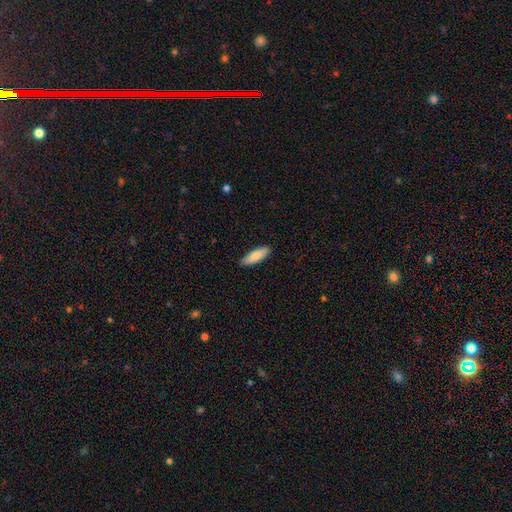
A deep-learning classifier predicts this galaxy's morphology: smooth-or-featured: smooth: 83% | featured or disk: 11% | star or artifact: 6%
  how-rounded: in between: 57% | cigar-shaped: 41% | round: 2%
  merging: none: 87% | minor disturbance: 10% | major disturbance: 2% | merger: 1%